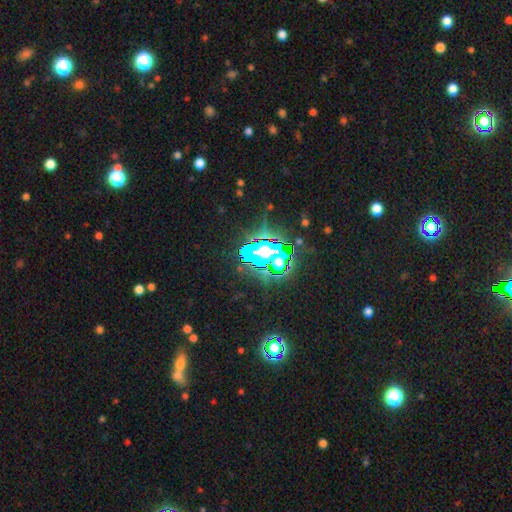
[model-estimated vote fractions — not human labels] Morphology: type=star or artifact (82%).